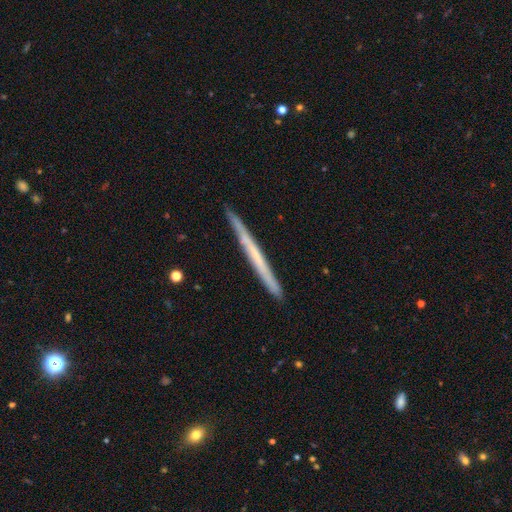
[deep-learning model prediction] smooth_or_featured: featured or disk (p=0.54) [alt: smooth p=0.40]
disk_edge_on: yes (p=0.96) [alt: no p=0.04]
edge_on_bulge: none (p=0.88) [alt: rounded p=0.08]
merging: none (p=0.90) [alt: minor disturbance p=0.08]